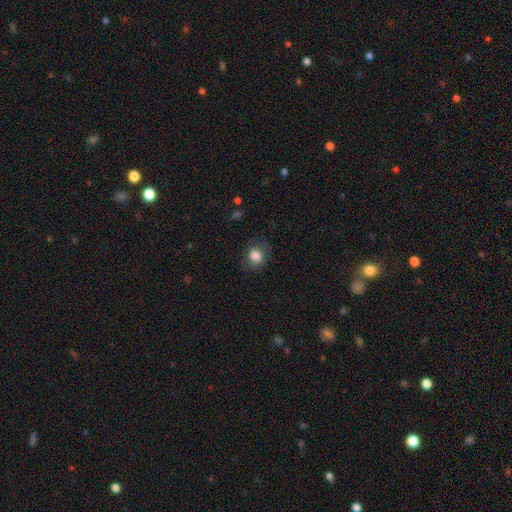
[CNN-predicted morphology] smooth_or_featured: smooth (p=0.82) [alt: star or artifact p=0.09]
how_rounded: round (p=0.73) [alt: in between p=0.26]
merging: none (p=0.76) [alt: minor disturbance p=0.16]